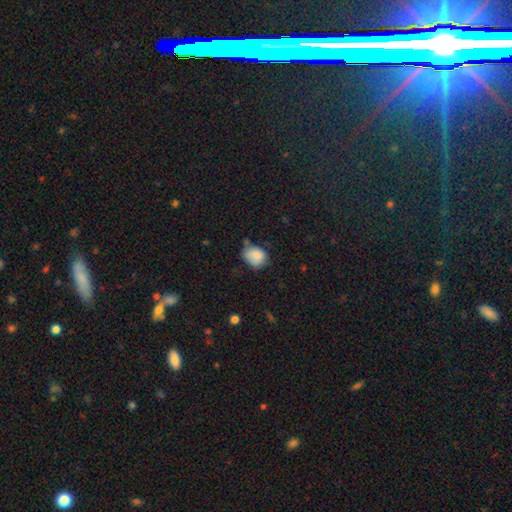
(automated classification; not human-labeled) Smooth or featured? smooth (84%)
How rounded? round (51%)
Merging? none (53%)